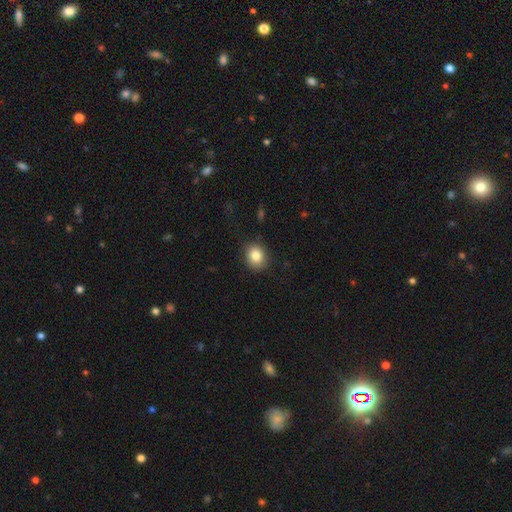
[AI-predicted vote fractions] Smooth or featured? smooth (83%)
How rounded? round (68%)
Merging? none (84%)